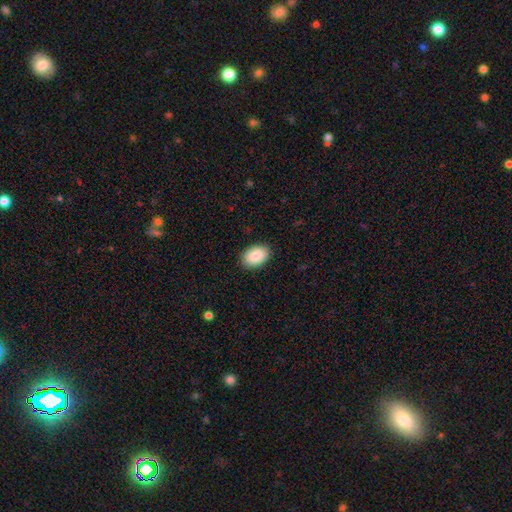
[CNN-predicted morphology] Q: Smooth or featured?
A: smooth (88%); runner-up: star or artifact (6%)
Q: How rounded?
A: in between (88%); runner-up: round (11%)
Q: Merging?
A: none (90%); runner-up: minor disturbance (8%)